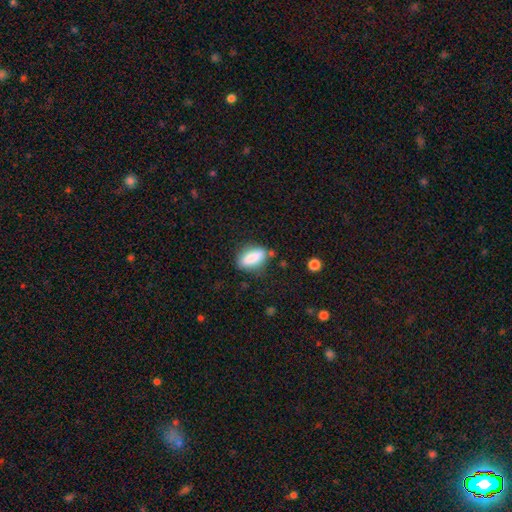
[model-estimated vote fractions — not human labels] smooth-or-featured: smooth: 82% | featured or disk: 10% | star or artifact: 7%
  how-rounded: in between: 76% | cigar-shaped: 20% | round: 4%
  merging: none: 74% | minor disturbance: 17% | major disturbance: 5% | merger: 4%